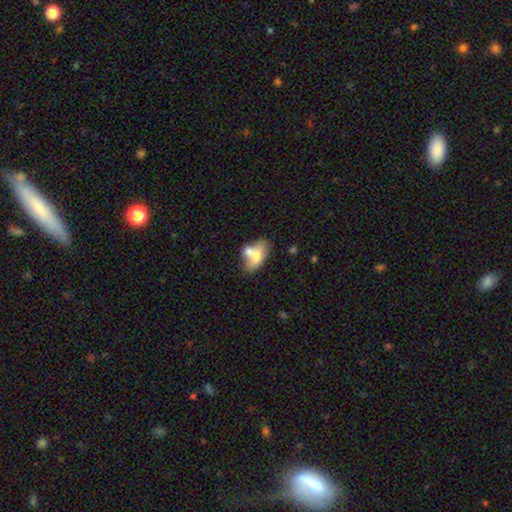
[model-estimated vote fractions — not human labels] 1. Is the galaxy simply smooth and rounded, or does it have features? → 64% smooth, 30% featured or disk, 7% star or artifact.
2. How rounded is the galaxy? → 86% in between, 10% round, 4% cigar-shaped.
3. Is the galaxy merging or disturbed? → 52% merger, 31% none, 12% minor disturbance, 5% major disturbance.